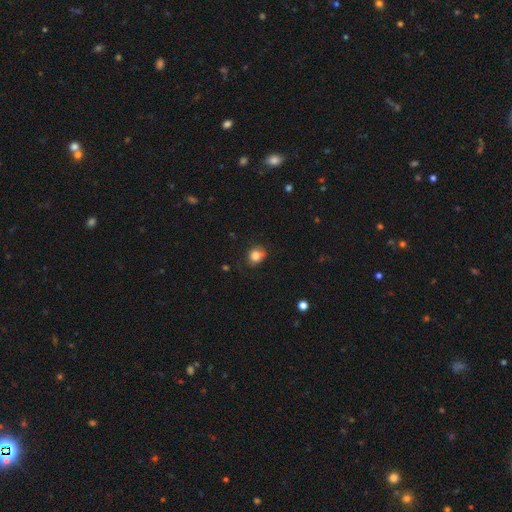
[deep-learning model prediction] Overall: smooth (82%). How rounded: round (65%; in between 34%). Merging: none (67%).